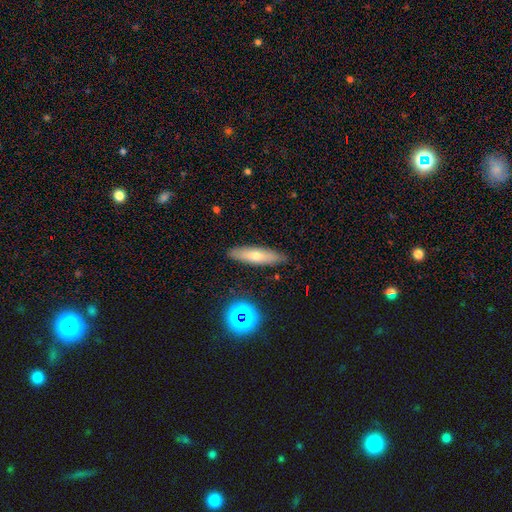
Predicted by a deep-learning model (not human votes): Smooth or featured? Predicted: smooth (p=0.59). How rounded? Predicted: cigar-shaped (p=0.72). Merging? Predicted: none (p=0.87).